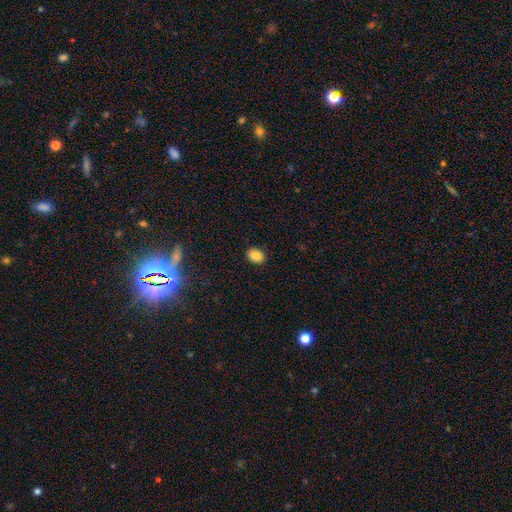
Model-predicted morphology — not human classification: Smooth or featured?
  - smooth: 85% *
  - star or artifact: 9%
  - featured or disk: 5%
How rounded?
  - in between: 66% *
  - round: 33%
  - cigar-shaped: 1%
Merging?
  - none: 90% *
  - minor disturbance: 8%
  - major disturbance: 2%
  - merger: 1%